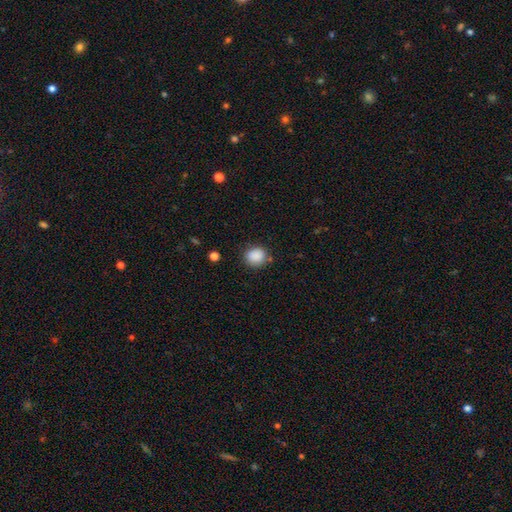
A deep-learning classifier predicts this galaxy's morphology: smooth 87%, star or artifact 9%, featured or disk 3%. Down the decision tree: how rounded — round (78%); merging — none (81%).